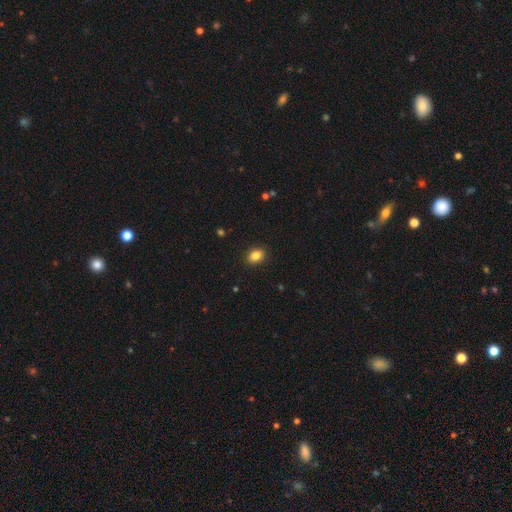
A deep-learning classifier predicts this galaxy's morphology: Overall: smooth (85%). How rounded: in between (62%; round 36%). Merging: none (90%).